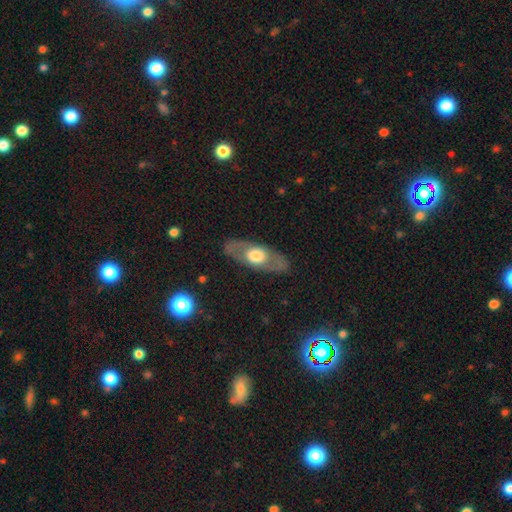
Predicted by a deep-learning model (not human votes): Morphology: type=featured or disk (52%); edge-on=no (68%); merging=none (83%).